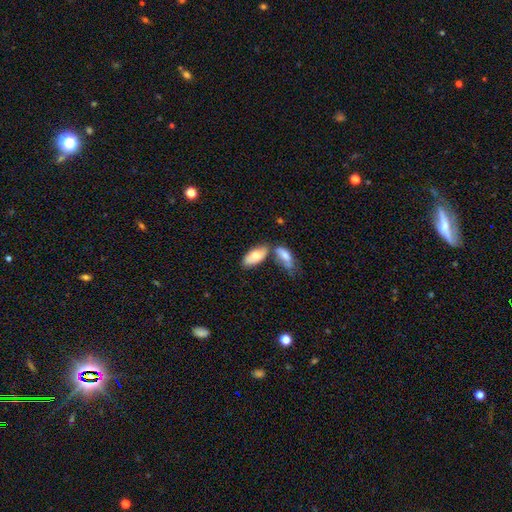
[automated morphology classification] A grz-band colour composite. It shows a smooth galaxy with no disk features (74%) that is in between round and cigar-shaped (89%). Merging: none (50%).